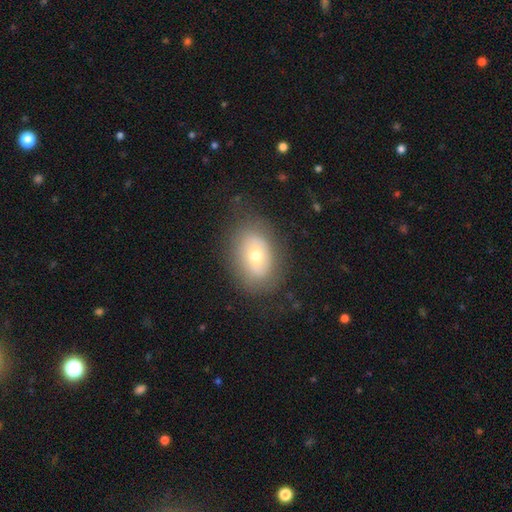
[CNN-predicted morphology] type=smooth (58%); roundness=in between (78%); merging=none (75%).